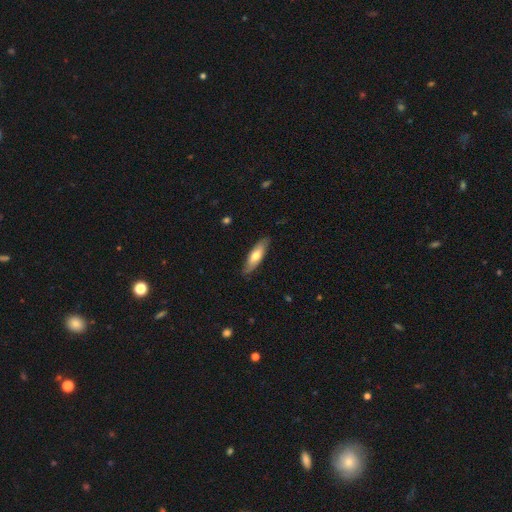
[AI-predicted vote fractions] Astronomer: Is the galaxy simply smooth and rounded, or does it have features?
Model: smooth — 62%.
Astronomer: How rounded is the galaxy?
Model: cigar-shaped — 53% (runner-up: in between, 46%).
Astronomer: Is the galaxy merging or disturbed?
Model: none — 84%.